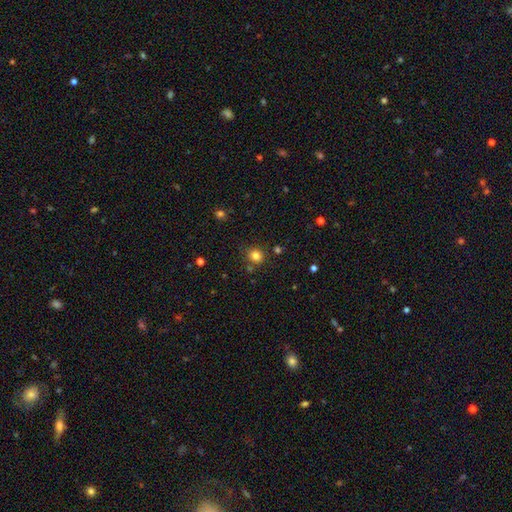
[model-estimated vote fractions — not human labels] Q: Smooth or featured?
A: smooth (81%); runner-up: star or artifact (14%)
Q: How rounded?
A: round (87%); runner-up: in between (12%)
Q: Merging?
A: none (82%); runner-up: minor disturbance (10%)